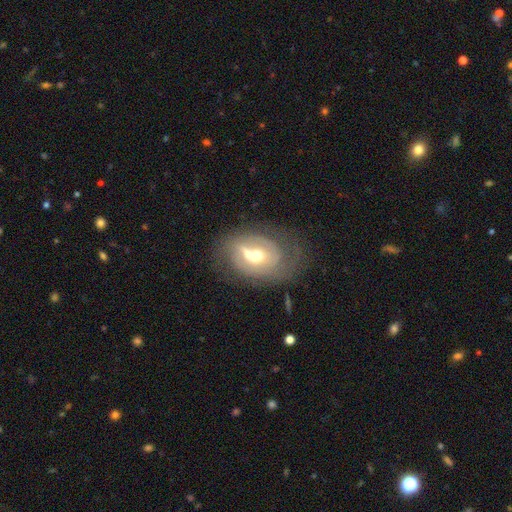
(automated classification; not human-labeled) This appears to be a featured or disk galaxy (63%) with no bar (57%), spiral arms (54%) and a moderate central bulge (67%). Merging: none (34%).